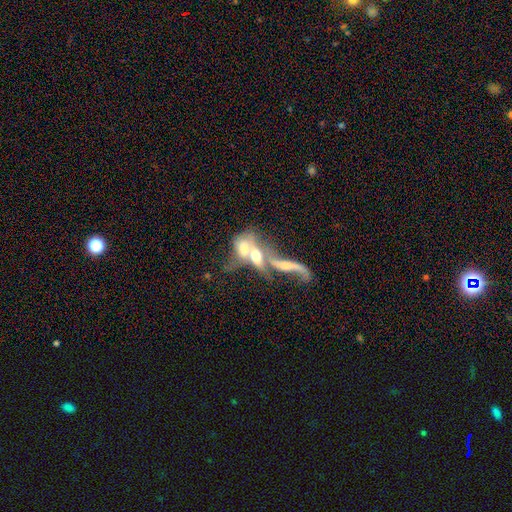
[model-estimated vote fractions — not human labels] This is possibly a featured or disk galaxy (54%). It is clearly not viewed edge-on (80%). Merging: likely merger (78%).